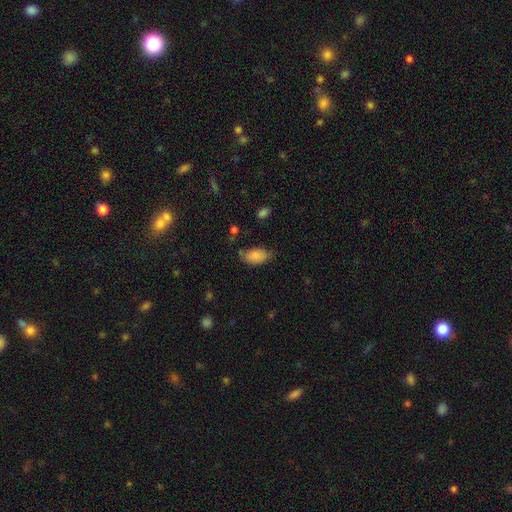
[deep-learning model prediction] smooth-or-featured: smooth: 85% | featured or disk: 7% | star or artifact: 7%
  how-rounded: in between: 93% | cigar-shaped: 4% | round: 3%
  merging: none: 60% | minor disturbance: 29% | major disturbance: 7% | merger: 3%